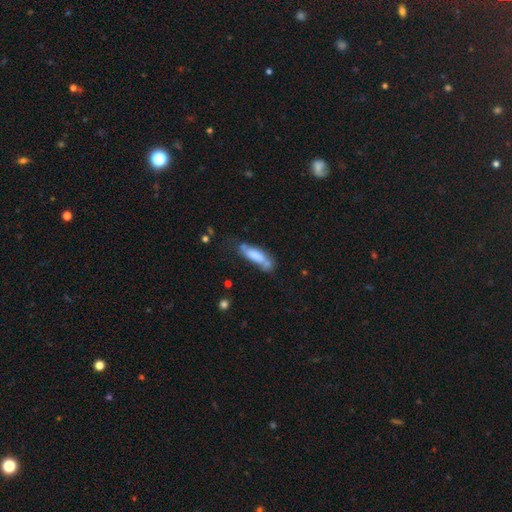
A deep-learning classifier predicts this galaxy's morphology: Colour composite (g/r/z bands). It shows a smooth galaxy with no disk features (70%) that is cigar-shaped (57%). Merging: none (46%).